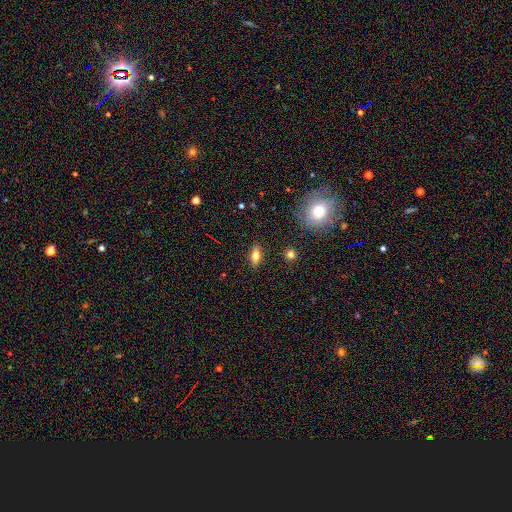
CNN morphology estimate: The model was most divided on "smooth or featured": smooth: 70%, featured or disk: 20%, star or artifact: 11%. More confident: merging — none (88%); how rounded — in between (80%).